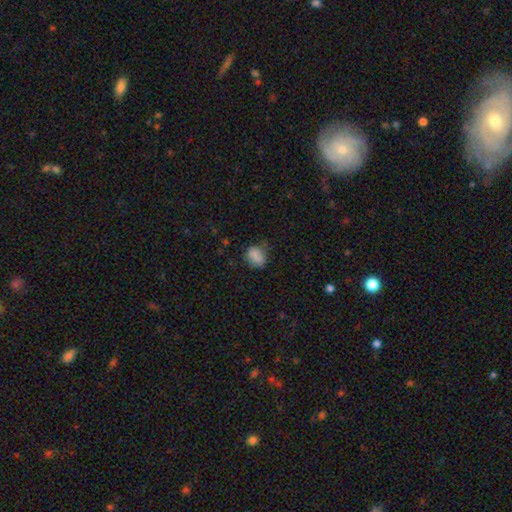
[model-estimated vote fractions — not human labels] This appears to be a smooth galaxy with no disk features (82%) that is in between round and cigar-shaped (52%). Merging: none (64%).